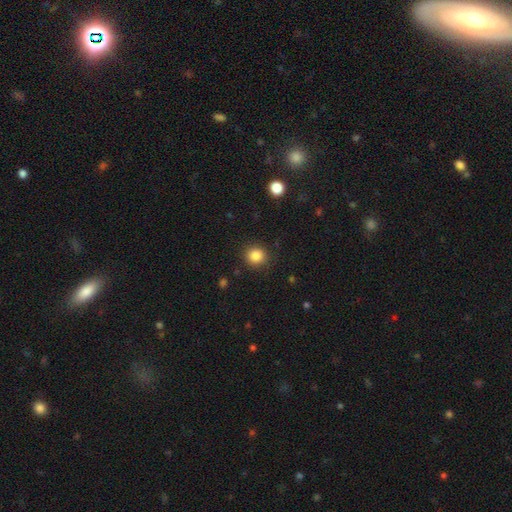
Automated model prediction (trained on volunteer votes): Q: Smooth or featured?
A: smooth (84%); runner-up: star or artifact (11%)
Q: How rounded?
A: round (89%); runner-up: in between (10%)
Q: Merging?
A: none (89%); runner-up: minor disturbance (7%)